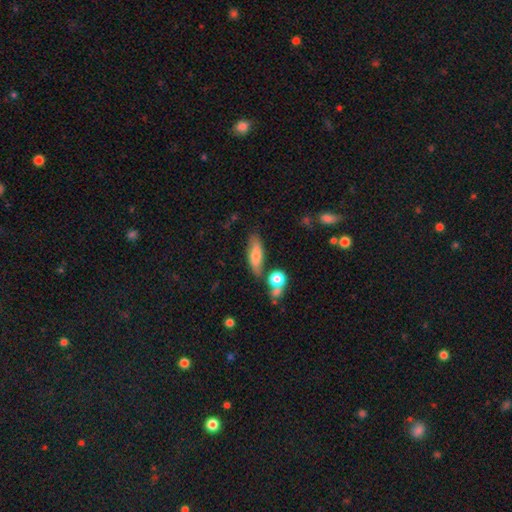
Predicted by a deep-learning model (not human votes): Smooth or featured? smooth (68%)
How rounded? in between (51%)
Merging? none (68%)